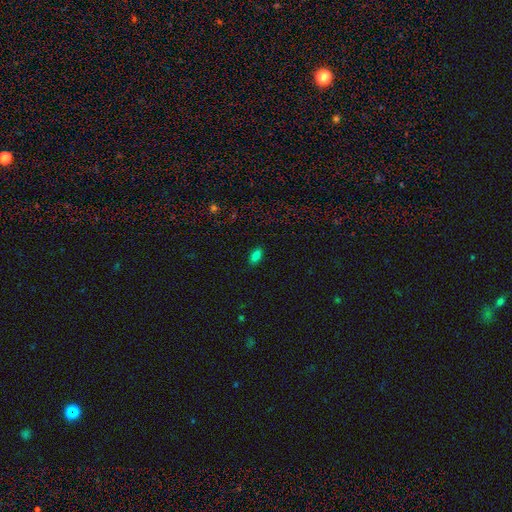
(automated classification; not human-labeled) Smooth or featured? Predicted: smooth (p=0.81). How rounded? Predicted: in between (p=0.90). Merging? Predicted: none (p=0.87).